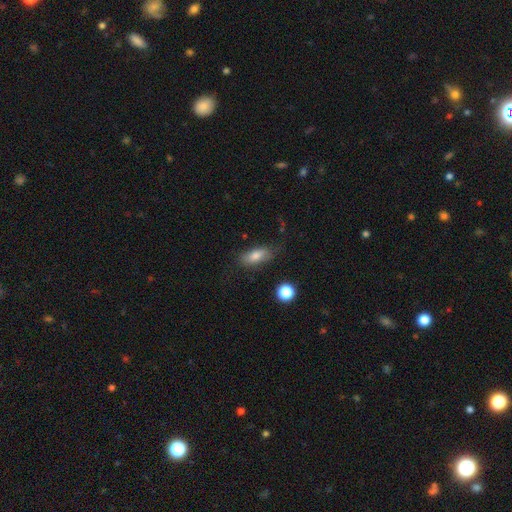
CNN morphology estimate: A smooth galaxy with no disk features (78%) that is in between round and cigar-shaped (79%).

Vote fractions:
- Smooth or featured? smooth: 78% / featured or disk: 13% / star or artifact: 8%
- How rounded? in between: 79% / cigar-shaped: 17% / round: 4%
- Merging? none: 73% / minor disturbance: 19% / major disturbance: 5% / merger: 2%